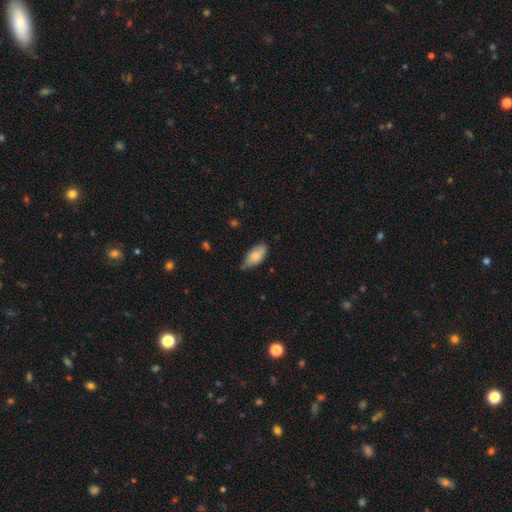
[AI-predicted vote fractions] smooth 80%, featured or disk 13%, star or artifact 6%. Down the decision tree: how rounded — in between (92%); merging — none (60%).